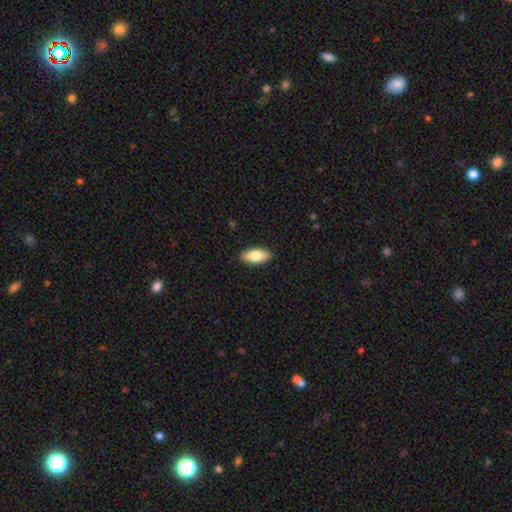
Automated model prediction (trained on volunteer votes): Overall: smooth (79%). How rounded: in between (86%). Merging: none (90%).